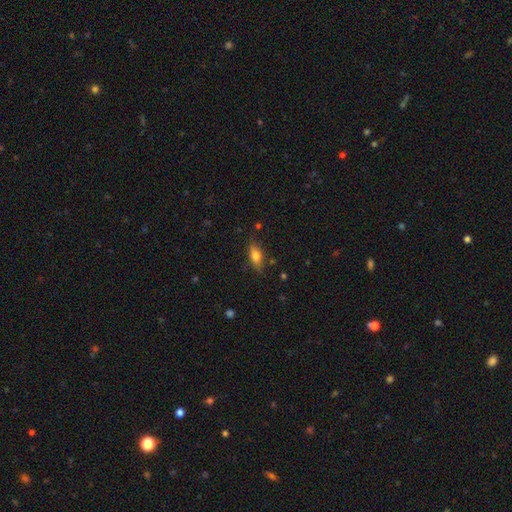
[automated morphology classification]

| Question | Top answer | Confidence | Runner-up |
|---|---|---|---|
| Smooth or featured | smooth | 66% | featured or disk (26%) |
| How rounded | in between | 71% | cigar-shaped (24%) |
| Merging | none | 78% | minor disturbance (17%) |